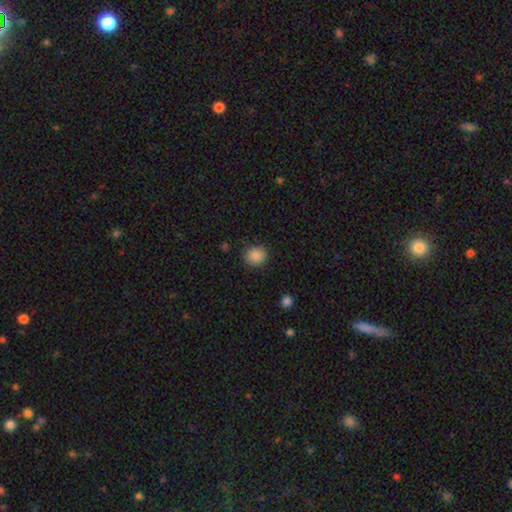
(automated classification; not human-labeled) Smooth or featured? Predicted: smooth (p=0.88). How rounded? Predicted: round (p=0.78). Merging? Predicted: none (p=0.88).